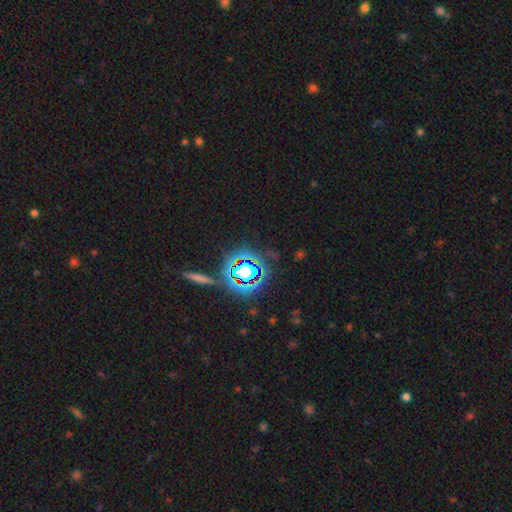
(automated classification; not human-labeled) Morphology: type=star or artifact (80%).